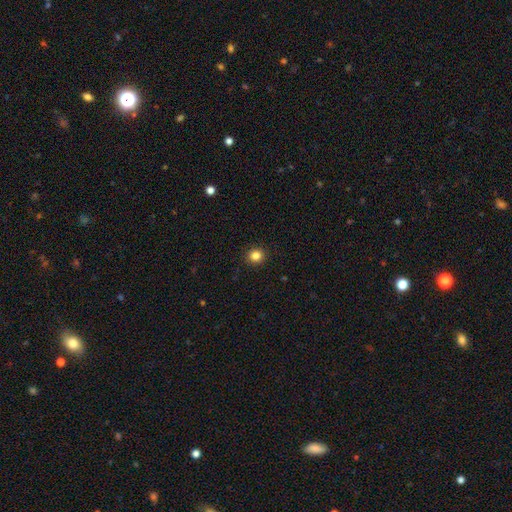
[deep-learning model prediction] Morphology: type=smooth (84%); roundness=round (87%); merging=none (92%).